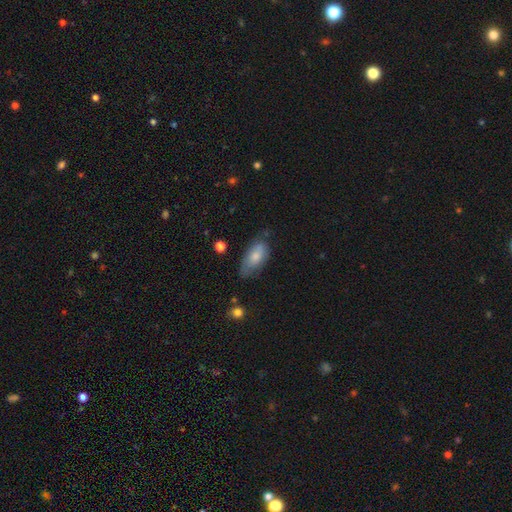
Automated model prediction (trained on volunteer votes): Smooth or featured? Predicted: smooth (p=0.71). How rounded? Predicted: in between (p=0.90). Merging? Predicted: none (p=0.57).